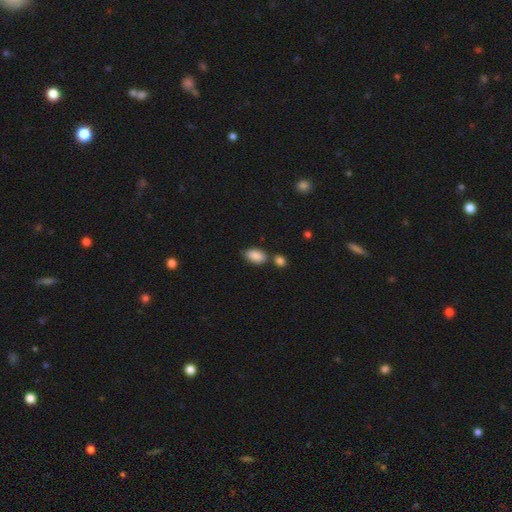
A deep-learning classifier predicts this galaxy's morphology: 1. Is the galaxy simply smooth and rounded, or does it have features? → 88% smooth, 7% star or artifact, 5% featured or disk.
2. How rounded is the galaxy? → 93% in between, 5% round, 2% cigar-shaped.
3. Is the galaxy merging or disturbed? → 67% none, 16% merger, 14% minor disturbance, 3% major disturbance.